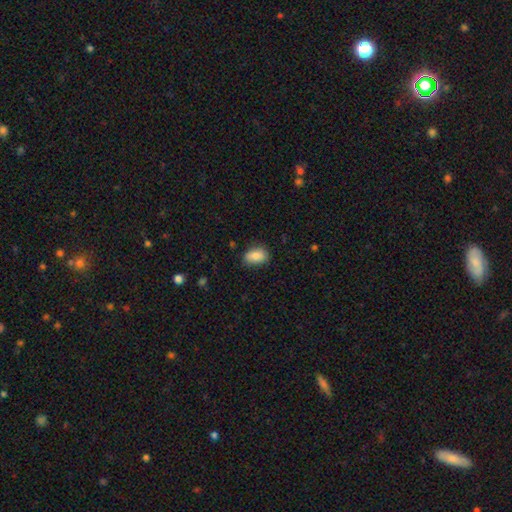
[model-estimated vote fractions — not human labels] The model was most divided on "merging": none: 80%, minor disturbance: 16%, major disturbance: 3%, merger: 1%. More confident: how rounded — in between (87%); smooth or featured — smooth (86%).